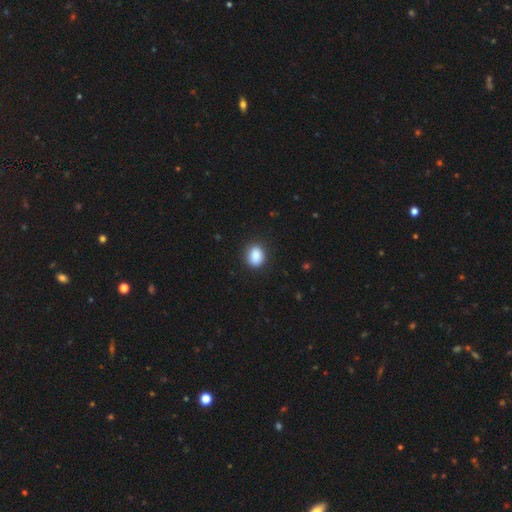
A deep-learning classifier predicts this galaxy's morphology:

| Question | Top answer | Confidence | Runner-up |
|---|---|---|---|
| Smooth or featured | smooth | 89% | star or artifact (8%) |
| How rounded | in between | 53% | round (46%) |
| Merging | none | 88% | minor disturbance (9%) |